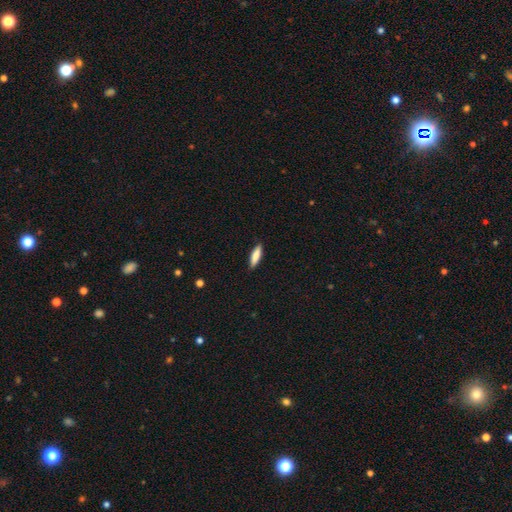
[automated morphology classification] The model was most divided on "how rounded": cigar-shaped: 63%, in between: 36%, round: 2%. More confident: merging — none (89%); smooth or featured — smooth (82%).